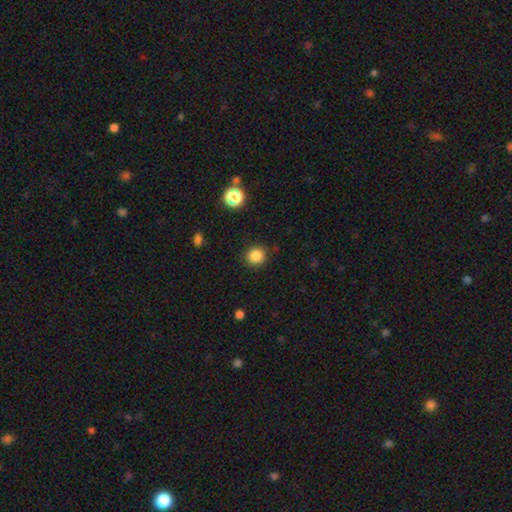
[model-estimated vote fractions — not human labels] Smooth or featured? smooth (85%)
How rounded? round (90%)
Merging? none (89%)